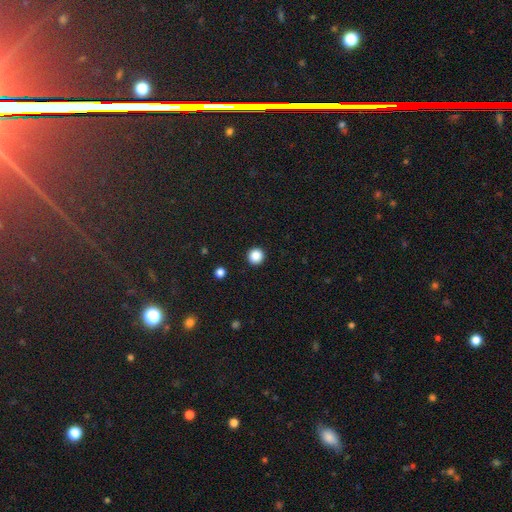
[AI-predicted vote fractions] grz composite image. It shows a smooth galaxy with no disk features (88%) that is round (95%). Merging: none (93%).